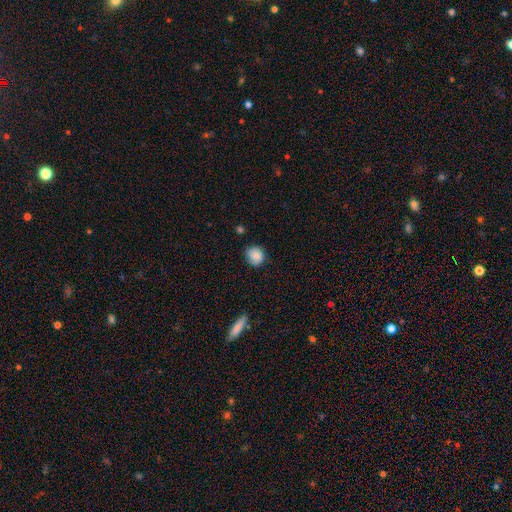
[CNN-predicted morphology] type=smooth (79%); roundness=round (83%); merging=none (74%).